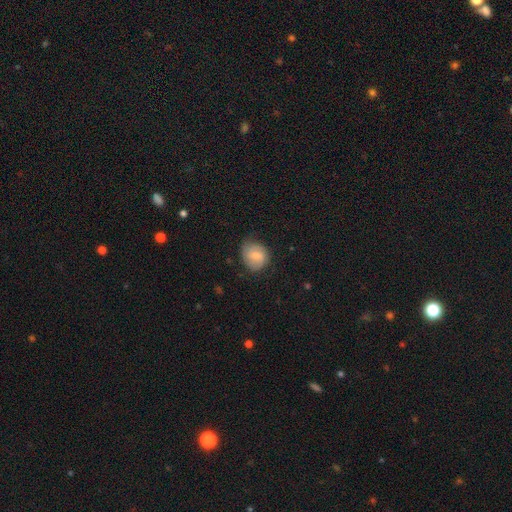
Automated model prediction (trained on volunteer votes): Smooth or featured? smooth (63%)
How rounded? round (66%)
Merging? none (65%)